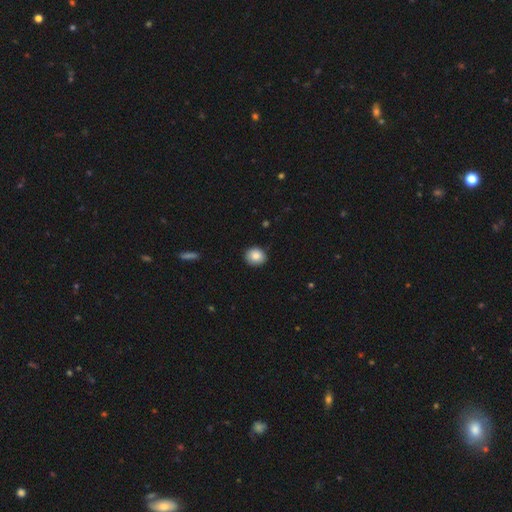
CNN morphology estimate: Overall: smooth (86%). How rounded: round (77%). Merging: none (89%).